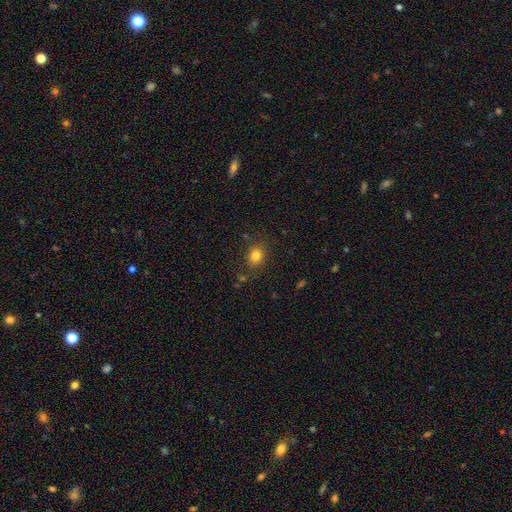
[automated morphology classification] type=smooth (81%); roundness=round (61%); merging=none (83%).